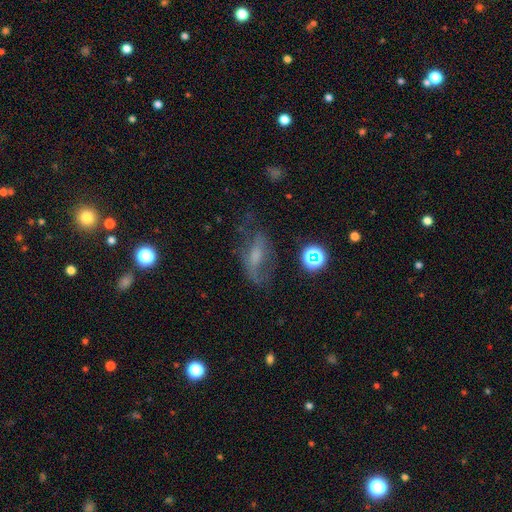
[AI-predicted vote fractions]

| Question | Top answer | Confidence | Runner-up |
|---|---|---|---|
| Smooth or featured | featured or disk | 52% | smooth (32%) |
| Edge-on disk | no | 88% | yes (12%) |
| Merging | none | 49% | major disturbance (25%) |